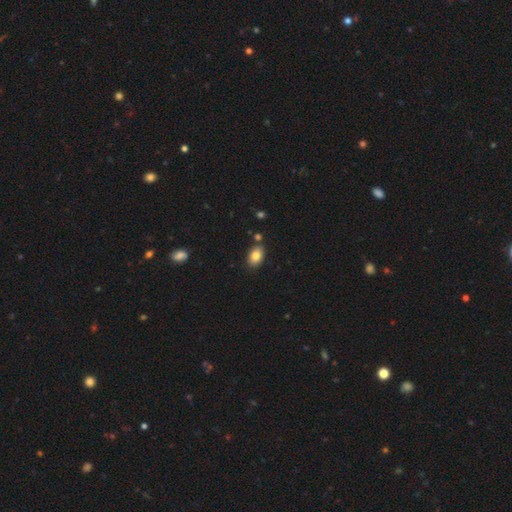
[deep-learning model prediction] This is clearly a smooth galaxy (83%). How rounded: clearly in between (87%). Merging: clearly none (82%).